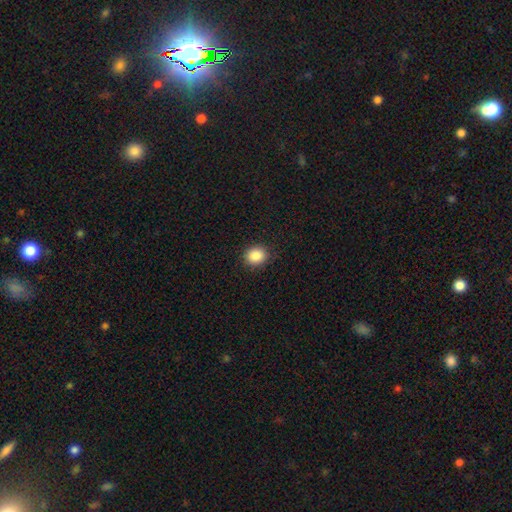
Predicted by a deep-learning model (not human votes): This appears to be a smooth galaxy with no disk features (88%) that is round (67%). Merging: none (88%).